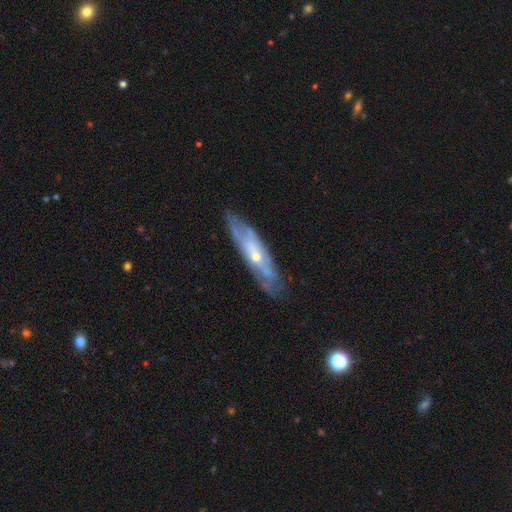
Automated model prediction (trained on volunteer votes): featured or disk 72%, smooth 22%, star or artifact 6%. Down the decision tree: edge-on disk — no (61%); merging — none (75%).